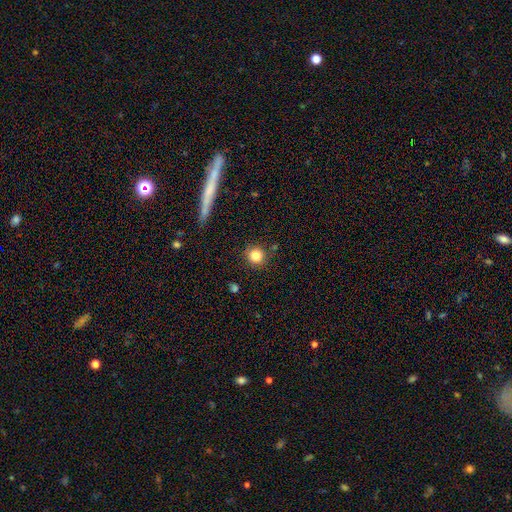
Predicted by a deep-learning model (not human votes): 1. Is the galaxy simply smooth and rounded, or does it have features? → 82% smooth, 11% star or artifact, 6% featured or disk.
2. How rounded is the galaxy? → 92% round, 7% in between, 1% cigar-shaped.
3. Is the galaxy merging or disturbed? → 87% none, 8% minor disturbance, 3% merger, 2% major disturbance.